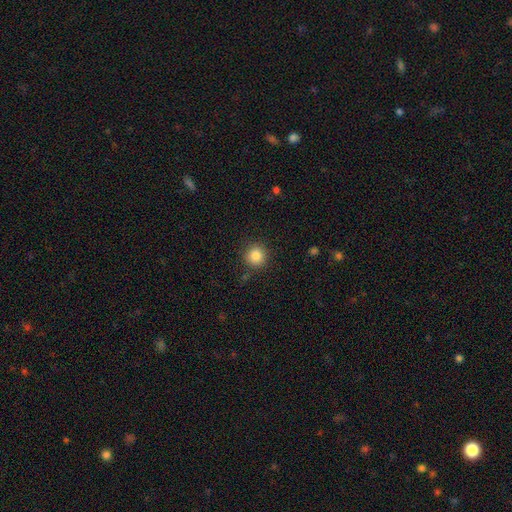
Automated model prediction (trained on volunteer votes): This appears to be a smooth galaxy with no disk features (85%) that is round (94%). Merging: none (88%).